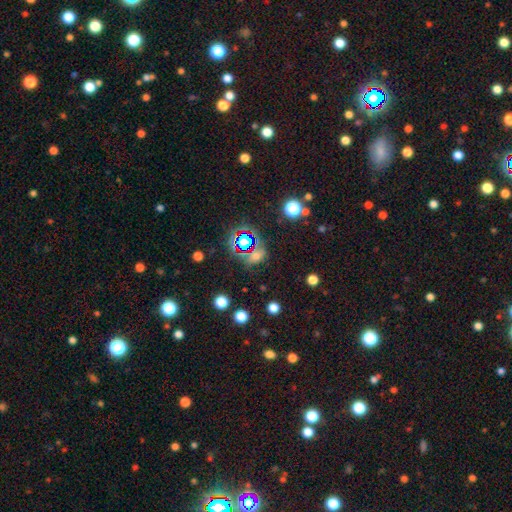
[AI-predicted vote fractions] The model was most divided on "smooth or featured": smooth: 45%, star or artifact: 44%, featured or disk: 11%. More confident: merging — none (70%).